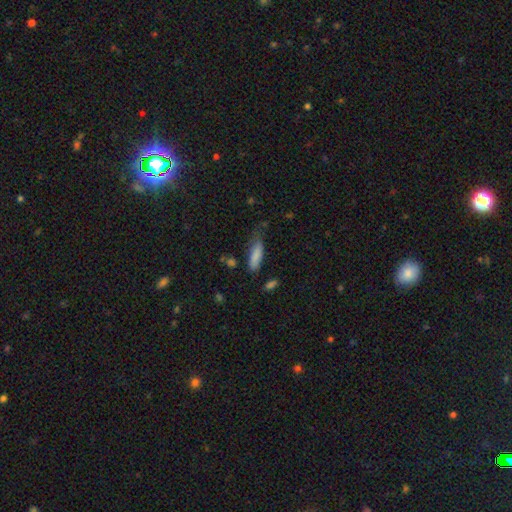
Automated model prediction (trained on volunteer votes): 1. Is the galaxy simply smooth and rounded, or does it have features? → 84% smooth, 9% featured or disk, 7% star or artifact.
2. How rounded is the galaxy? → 55% cigar-shaped, 43% in between, 2% round.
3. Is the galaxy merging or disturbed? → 50% none, 35% minor disturbance, 12% major disturbance, 4% merger.